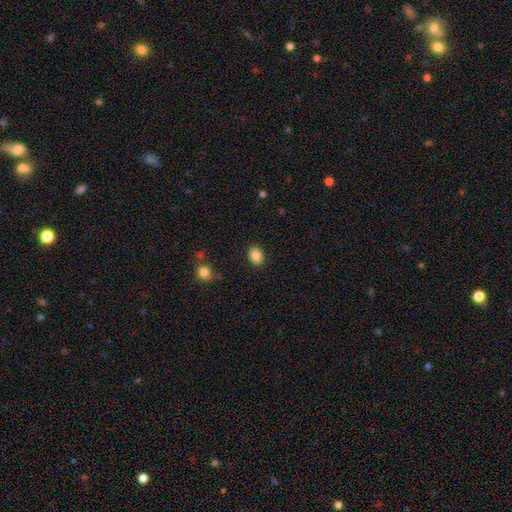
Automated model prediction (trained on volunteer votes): A smooth galaxy with no disk features (85%) that is in between round and cigar-shaped (72%).

Vote fractions:
- Smooth or featured? smooth: 85% / star or artifact: 8% / featured or disk: 6%
- How rounded? in between: 72% / round: 27% / cigar-shaped: 1%
- Merging? none: 88% / minor disturbance: 9% / major disturbance: 2% / merger: 1%